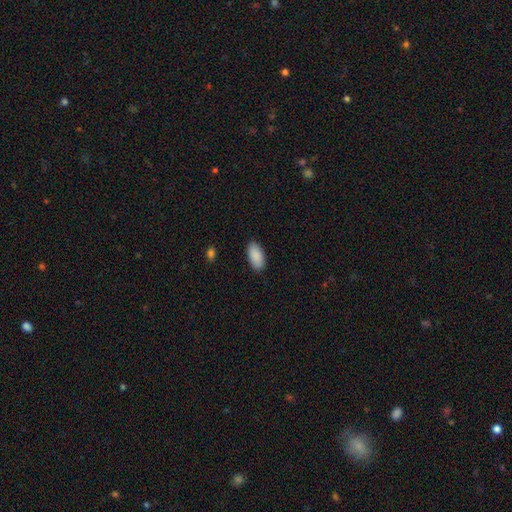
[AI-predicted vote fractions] Q: Smooth or featured?
A: smooth (91%); runner-up: star or artifact (6%)
Q: How rounded?
A: in between (94%); runner-up: cigar-shaped (4%)
Q: Merging?
A: none (88%); runner-up: minor disturbance (9%)